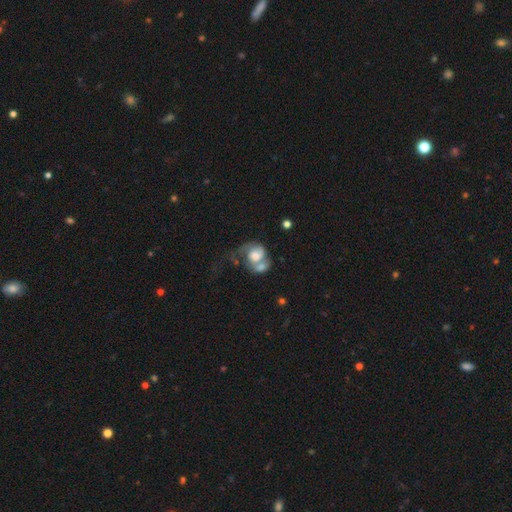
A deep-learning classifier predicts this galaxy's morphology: smooth 48%, featured or disk 44%, star or artifact 8%. Down the decision tree: merging — merger (59%).